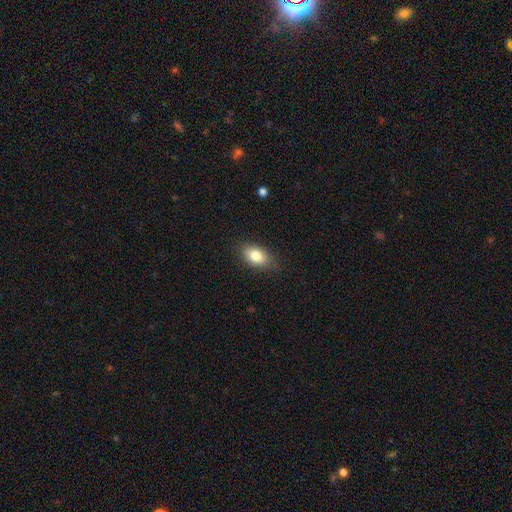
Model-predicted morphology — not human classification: Overall: smooth (82%). How rounded: in between (88%). Merging: none (81%).